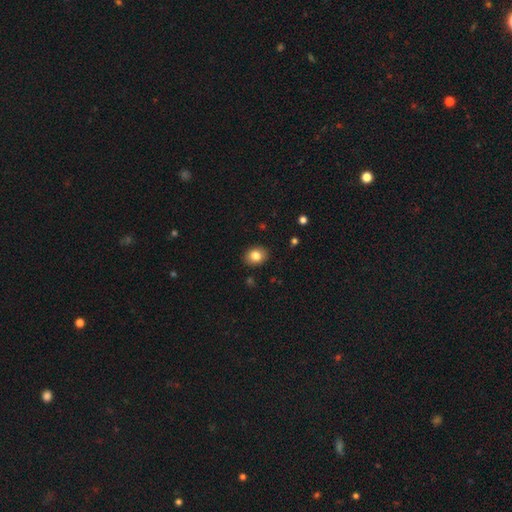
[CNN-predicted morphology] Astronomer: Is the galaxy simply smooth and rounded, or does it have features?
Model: smooth — 82%.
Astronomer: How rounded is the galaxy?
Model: in between — 53% (runner-up: round, 47%).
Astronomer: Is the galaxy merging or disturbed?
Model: none — 89%.